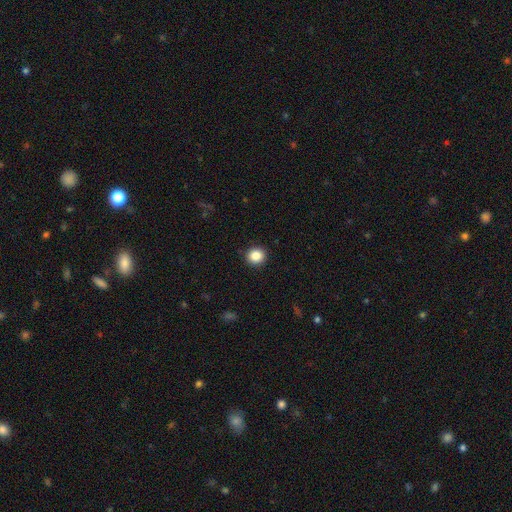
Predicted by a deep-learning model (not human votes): smooth-or-featured: smooth: 86% | star or artifact: 10% | featured or disk: 4%
  how-rounded: round: 89% | in between: 10% | cigar-shaped: 1%
  merging: none: 92% | minor disturbance: 6% | major disturbance: 2% | merger: 1%